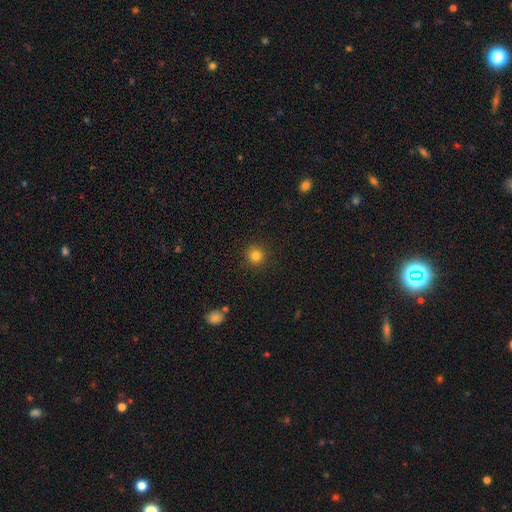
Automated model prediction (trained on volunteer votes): smooth-or-featured: smooth: 82% | star or artifact: 13% | featured or disk: 5%
  how-rounded: round: 94% | in between: 5% | cigar-shaped: 1%
  merging: none: 91% | minor disturbance: 5% | major disturbance: 2% | merger: 1%